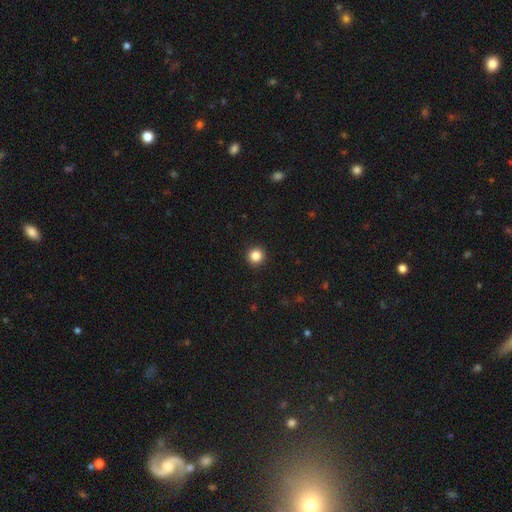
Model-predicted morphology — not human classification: smooth_or_featured: smooth (p=0.85) [alt: star or artifact p=0.11]
how_rounded: round (p=0.95) [alt: in between p=0.04]
merging: none (p=0.93) [alt: minor disturbance p=0.04]